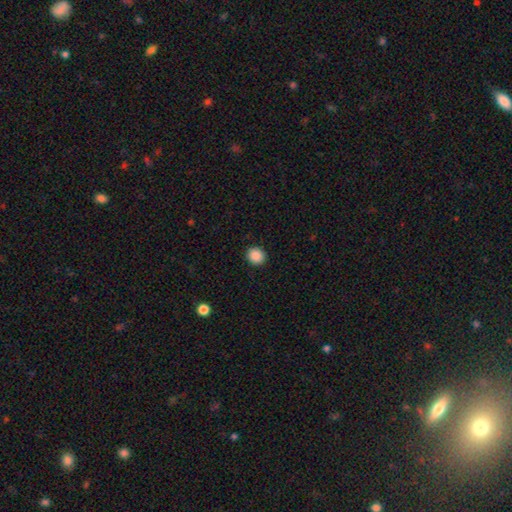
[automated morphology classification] Smooth or featured: smooth — 88% (star or artifact — 9%)
How rounded: round — 84% (in between — 15%)
Merging: none — 91% (minor disturbance — 6%)